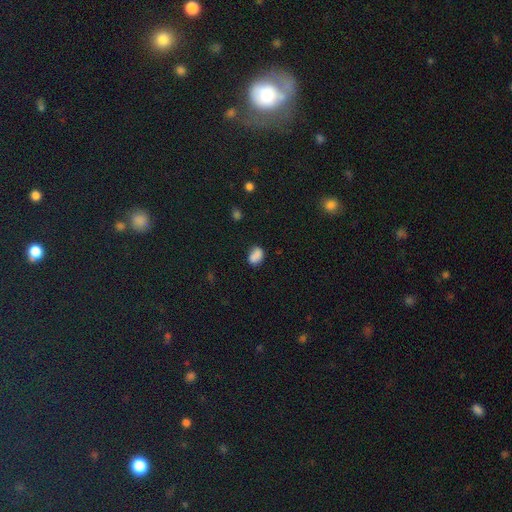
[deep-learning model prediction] smooth_or_featured: smooth (p=0.84) [alt: star or artifact p=0.10]
how_rounded: in between (p=0.79) [alt: round p=0.19]
merging: none (p=0.68) [alt: minor disturbance p=0.22]